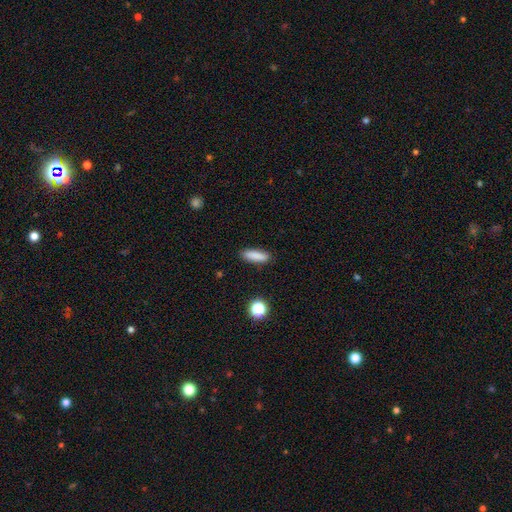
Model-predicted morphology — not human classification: Overall: smooth (86%). How rounded: cigar-shaped (56%; in between 42%). Merging: none (88%).